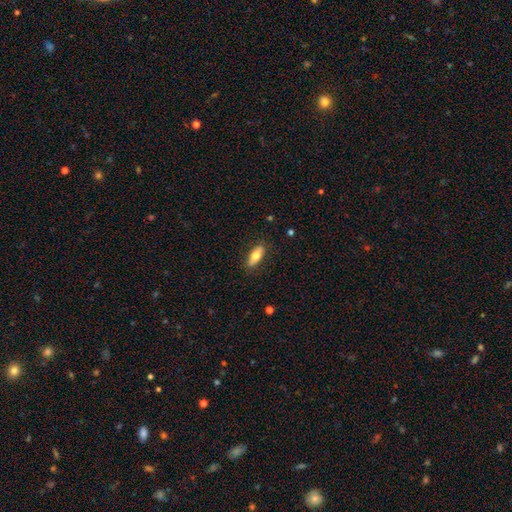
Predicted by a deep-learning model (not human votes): Smooth or featured?
  - smooth: 69% *
  - featured or disk: 25%
  - star or artifact: 6%
How rounded?
  - in between: 71% *
  - cigar-shaped: 27%
  - round: 3%
Merging?
  - none: 85% *
  - minor disturbance: 12%
  - major disturbance: 2%
  - merger: 1%